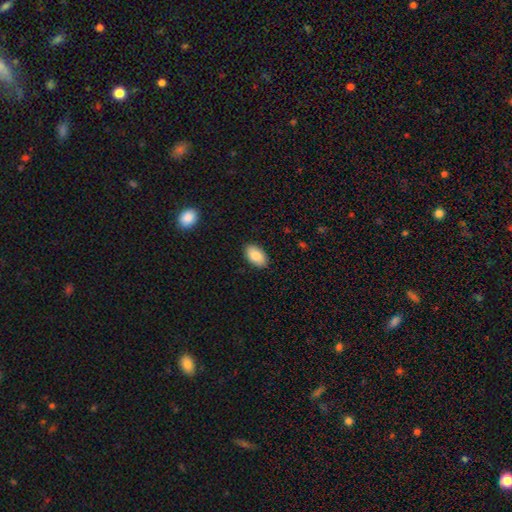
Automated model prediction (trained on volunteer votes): Q: Smooth or featured?
A: smooth (85%); runner-up: featured or disk (8%)
Q: How rounded?
A: in between (94%); runner-up: round (5%)
Q: Merging?
A: none (89%); runner-up: minor disturbance (8%)